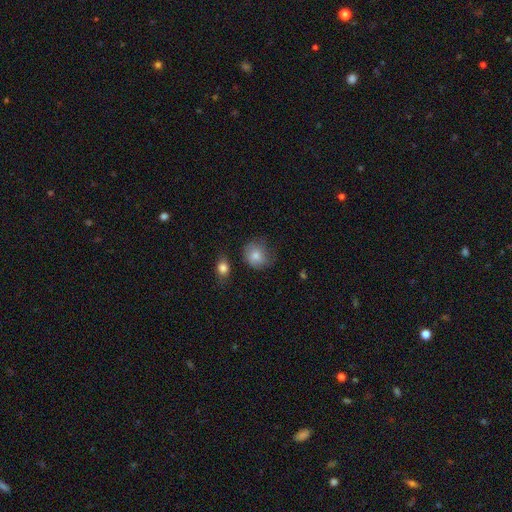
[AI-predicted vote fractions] Smooth or featured?
  - smooth: 79% *
  - featured or disk: 13%
  - star or artifact: 9%
How rounded?
  - round: 75% *
  - in between: 24%
  - cigar-shaped: 1%
Merging?
  - none: 57% *
  - minor disturbance: 29%
  - major disturbance: 10%
  - merger: 4%